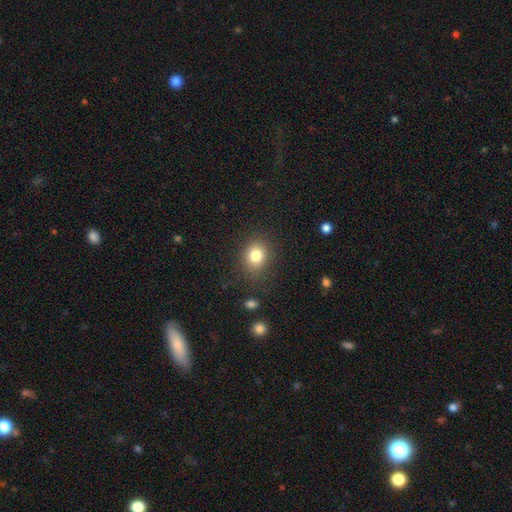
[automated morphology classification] Overall: smooth (80%). How rounded: round (65%; in between 34%). Merging: none (83%).